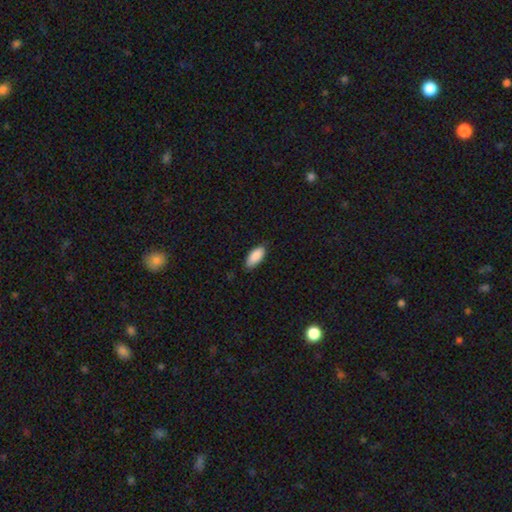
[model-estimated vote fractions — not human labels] This is clearly a smooth galaxy (89%). How rounded: clearly in between (89%). Merging: likely none (78%).